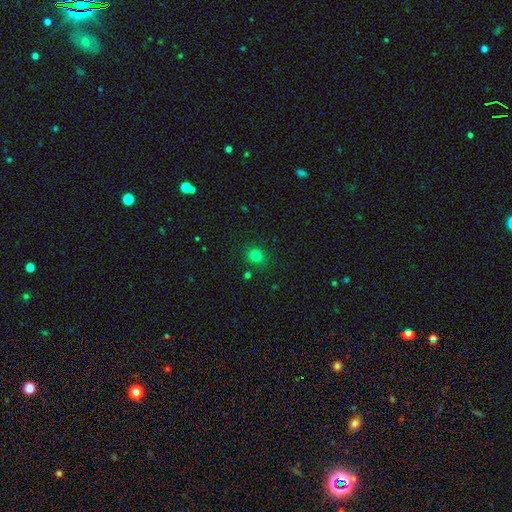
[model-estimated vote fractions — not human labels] Smooth or featured? Predicted: smooth (p=0.79). How rounded? Predicted: round (p=0.83). Merging? Predicted: none (p=0.86).